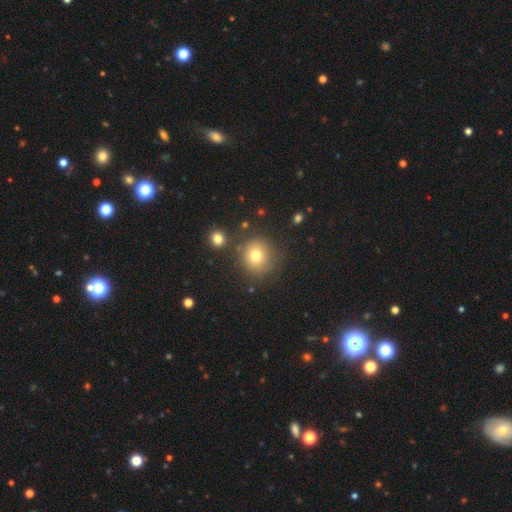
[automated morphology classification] smooth 75%, star or artifact 14%, featured or disk 11%. Down the decision tree: how rounded — round (90%); merging — none (79%).